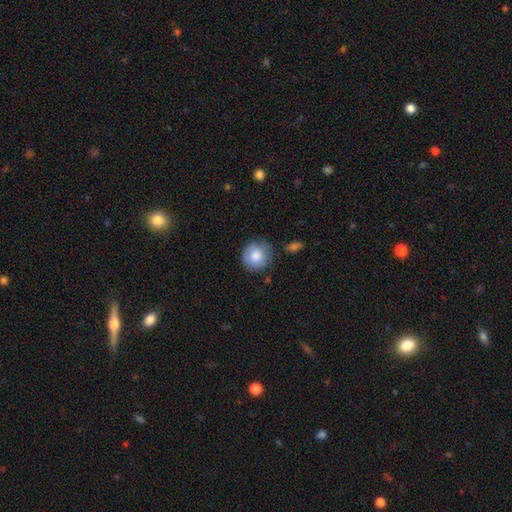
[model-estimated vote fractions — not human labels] smooth 81%, featured or disk 12%, star or artifact 7%. Down the decision tree: how rounded — round (92%); merging — none (78%).